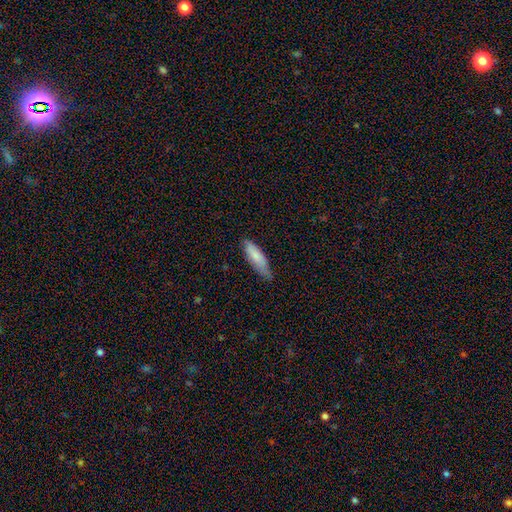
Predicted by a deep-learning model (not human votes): This is likely a smooth galaxy (78%). How rounded: possibly in between (50%). Merging: likely none (66%).